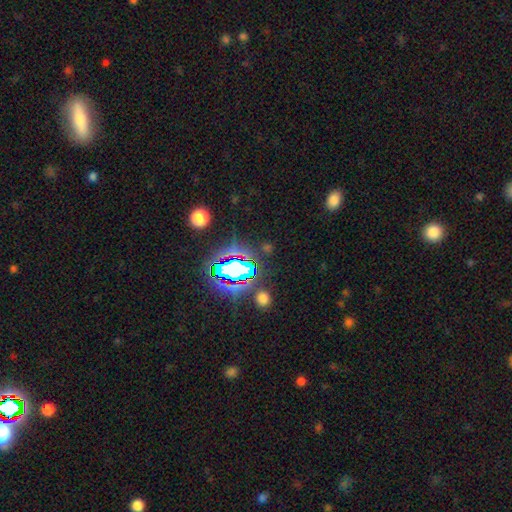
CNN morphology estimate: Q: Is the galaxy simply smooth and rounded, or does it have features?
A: star or artifact — 78%.